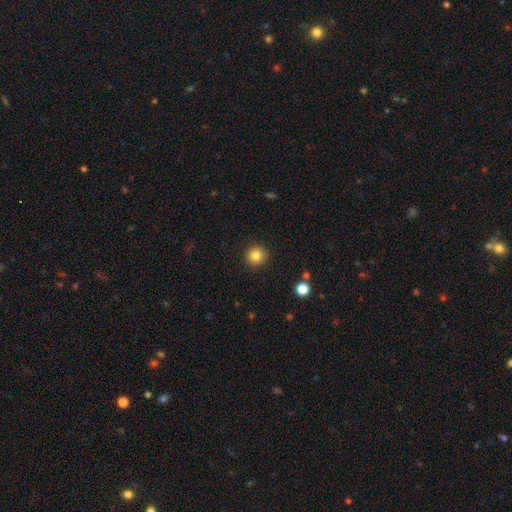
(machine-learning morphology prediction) This is clearly a smooth galaxy (83%). How rounded: clearly round (94%). Merging: clearly none (92%).